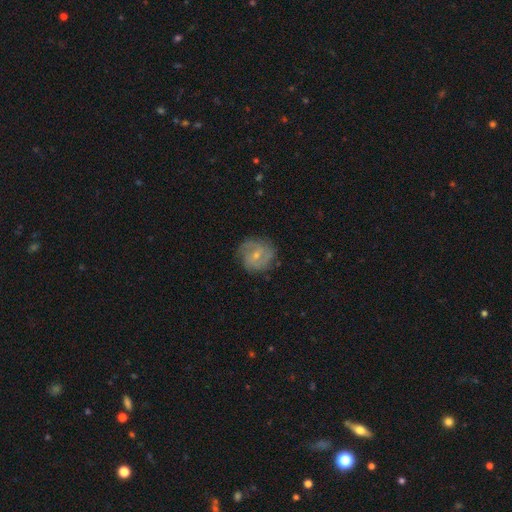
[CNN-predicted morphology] This is likely a featured or disk galaxy (63%). It is clearly not viewed edge-on (97%). Bar: possibly no (46%). Spiral arm pattern: clearly yes (84%). Spiral arm count: possibly 2 (54%). Spiral winding: marginally medium (42%). Central bulge: likely small (63%). Merging: likely none (77%).